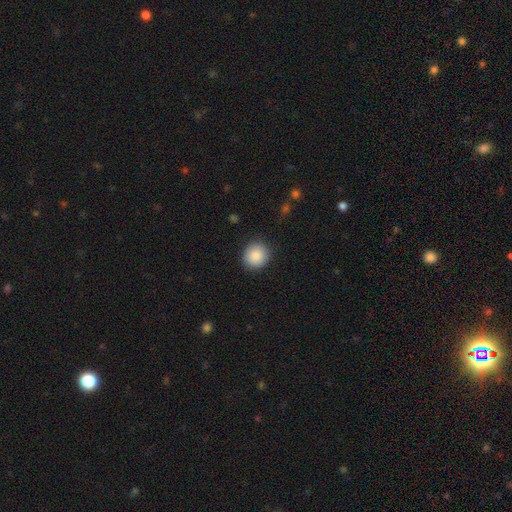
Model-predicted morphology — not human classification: Smooth or featured?
  - smooth: 88% *
  - star or artifact: 8%
  - featured or disk: 4%
How rounded?
  - round: 88% *
  - in between: 11%
  - cigar-shaped: 1%
Merging?
  - none: 88% *
  - minor disturbance: 8%
  - major disturbance: 2%
  - merger: 1%